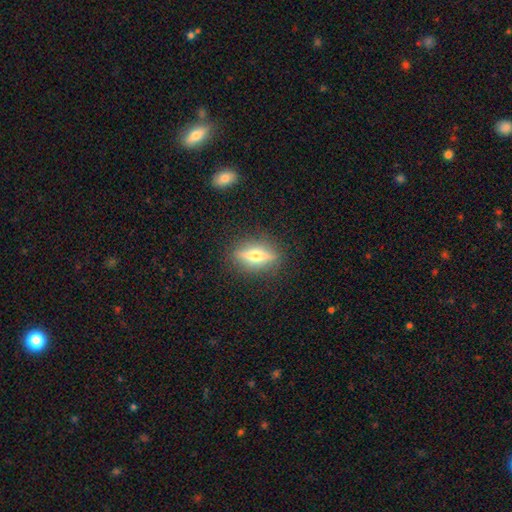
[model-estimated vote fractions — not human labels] The model was most divided on "smooth or featured": featured or disk: 65%, smooth: 27%, star or artifact: 8%. More confident: edge-on bulge — rounded (93%); edge-on disk — yes (88%); merging — none (86%).